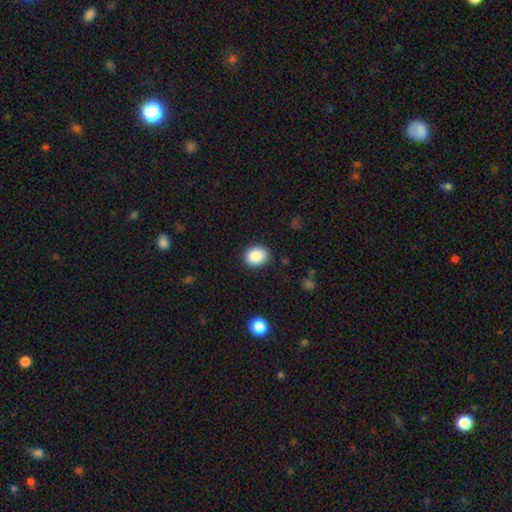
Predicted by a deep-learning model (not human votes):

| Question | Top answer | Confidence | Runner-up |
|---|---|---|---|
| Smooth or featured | smooth | 86% | star or artifact (8%) |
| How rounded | round | 50% | tied: in between (50%) |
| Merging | none | 87% | minor disturbance (9%) |